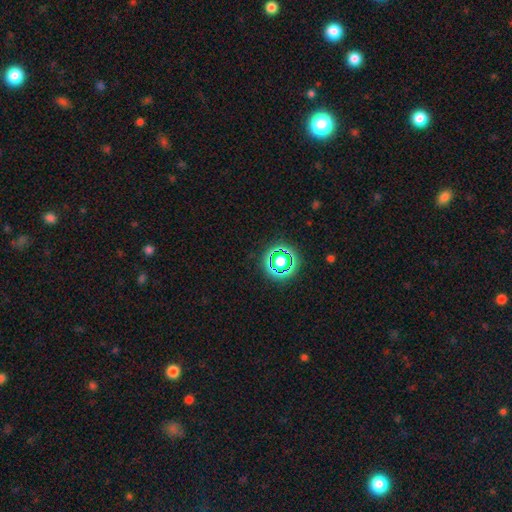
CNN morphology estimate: Smooth or featured? star or artifact (77%)